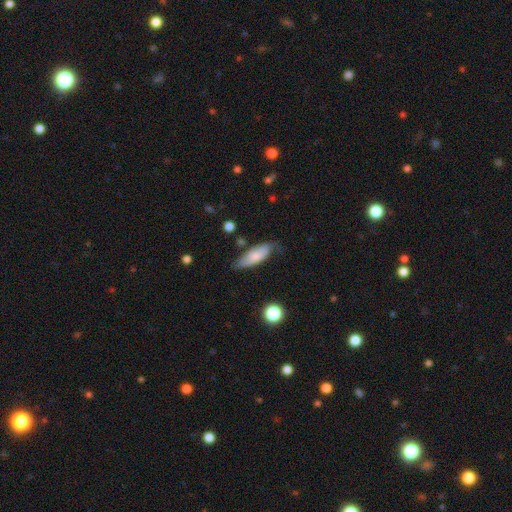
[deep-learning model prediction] smooth_or_featured: smooth (p=0.71) [alt: featured or disk p=0.23]
how_rounded: in between (p=0.65) [alt: cigar-shaped p=0.32]
merging: none (p=0.59) [alt: minor disturbance p=0.31]